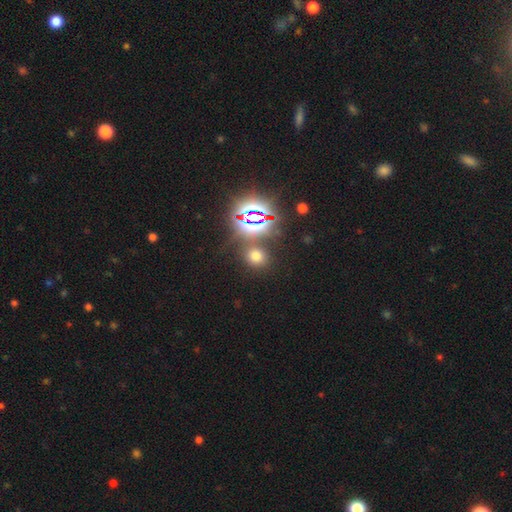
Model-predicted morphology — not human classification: A smooth galaxy with no disk features (58%) that is round (72%).

Vote fractions:
- Smooth or featured? smooth: 58% / star or artifact: 35% / featured or disk: 7%
- How rounded? round: 72% / in between: 27% / cigar-shaped: 1%
- Merging? none: 81% / minor disturbance: 8% / merger: 7% / major disturbance: 4%